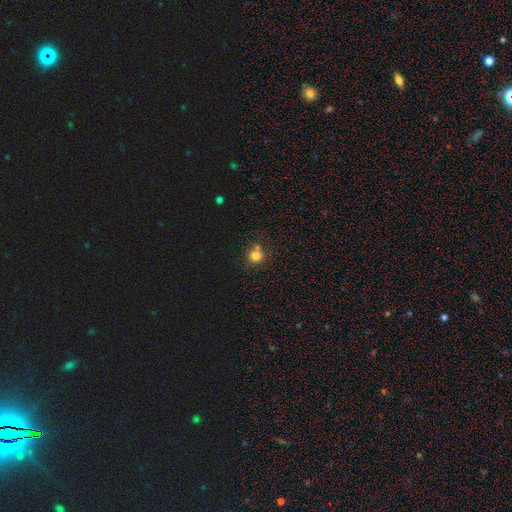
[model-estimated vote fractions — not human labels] Smooth or featured?
  - smooth: 78% *
  - star or artifact: 15%
  - featured or disk: 7%
How rounded?
  - round: 88% *
  - in between: 11%
  - cigar-shaped: 1%
Merging?
  - none: 66% *
  - merger: 17%
  - minor disturbance: 13%
  - major disturbance: 4%